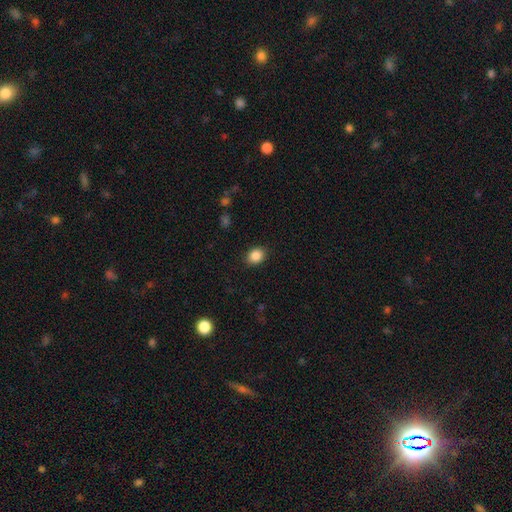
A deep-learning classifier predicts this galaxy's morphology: Overall: smooth (87%). How rounded: in between (53%; round 46%). Merging: none (88%).